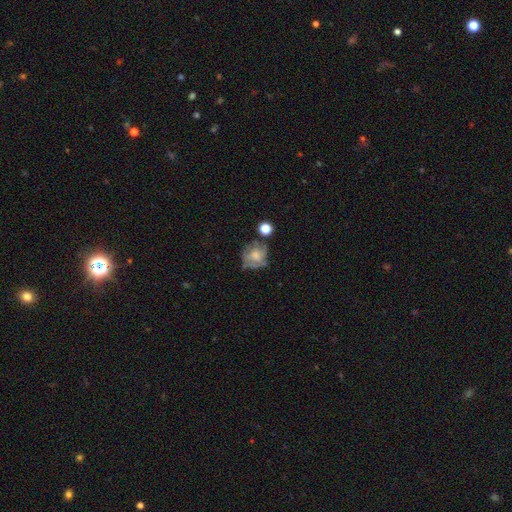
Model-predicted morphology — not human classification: Smooth or featured? smooth (46%)
Merging? none (48%)